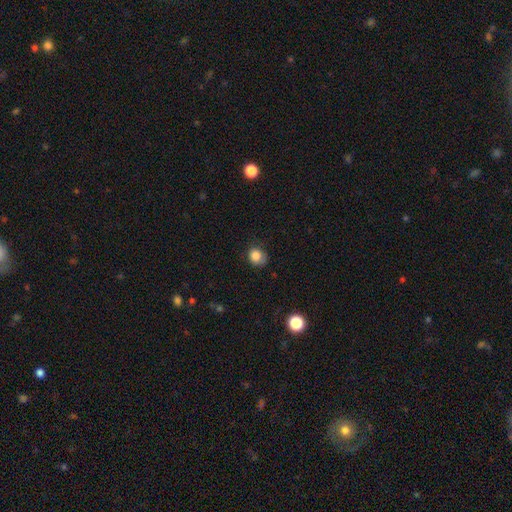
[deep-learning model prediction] A smooth galaxy with no disk features (83%) that is round (67%). Merging: none (63%).